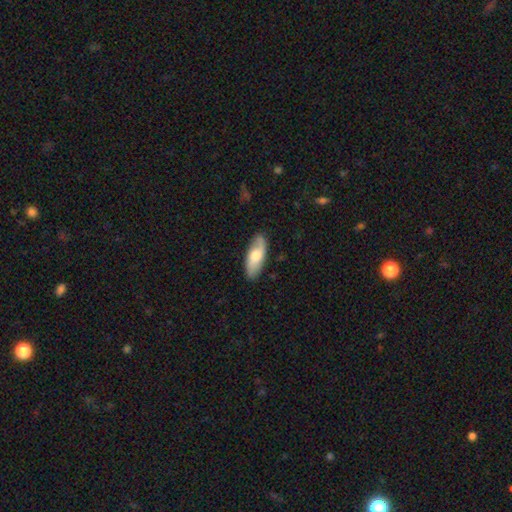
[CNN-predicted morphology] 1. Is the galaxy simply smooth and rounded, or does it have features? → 53% smooth, 42% featured or disk, 6% star or artifact.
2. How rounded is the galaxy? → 74% in between, 24% cigar-shaped, 2% round.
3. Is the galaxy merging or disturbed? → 83% none, 13% minor disturbance, 3% major disturbance, 1% merger.